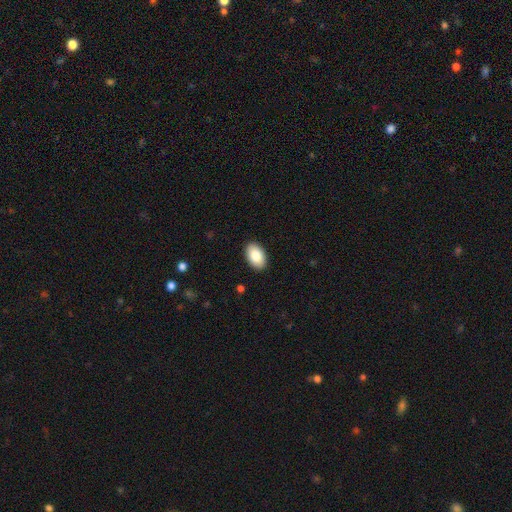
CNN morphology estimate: smooth 87%, featured or disk 7%, star or artifact 6%. Down the decision tree: how rounded — in between (93%); merging — none (90%).